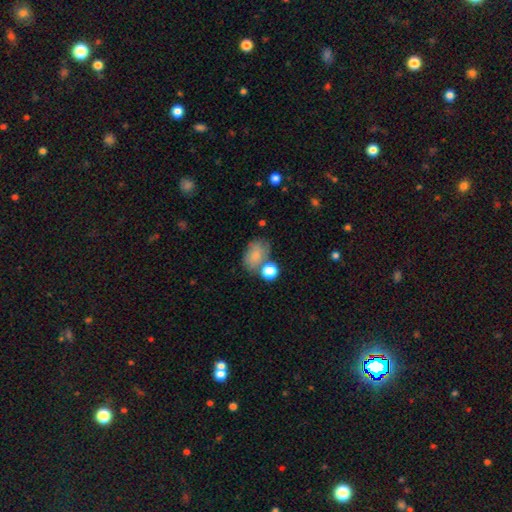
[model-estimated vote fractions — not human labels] smooth 77%, featured or disk 14%, star or artifact 10%. Down the decision tree: how rounded — in between (76%); merging — none (50%).